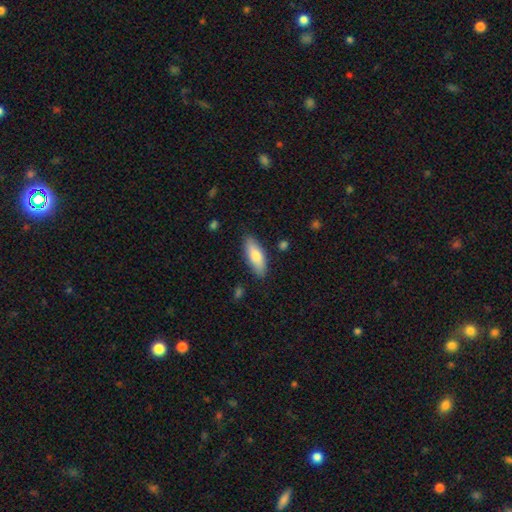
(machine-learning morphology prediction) Smooth or featured: smooth — 74% (featured or disk — 20%)
How rounded: in between — 68% (cigar-shaped — 29%)
Merging: none — 85% (minor disturbance — 11%)